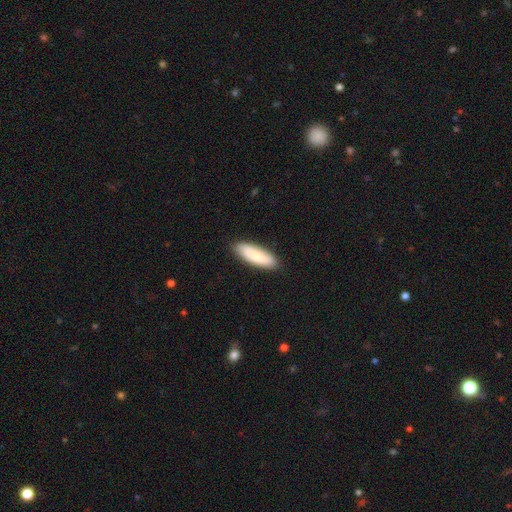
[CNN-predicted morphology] Smooth or featured? smooth (83%)
How rounded? in between (53%)
Merging? none (87%)